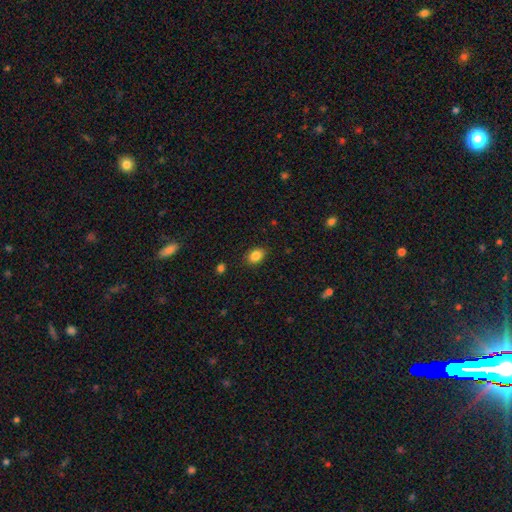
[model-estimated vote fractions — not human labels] smooth-or-featured: smooth: 86% | star or artifact: 9% | featured or disk: 5%
  how-rounded: in between: 72% | round: 27% | cigar-shaped: 1%
  merging: none: 87% | minor disturbance: 10% | major disturbance: 2% | merger: 1%